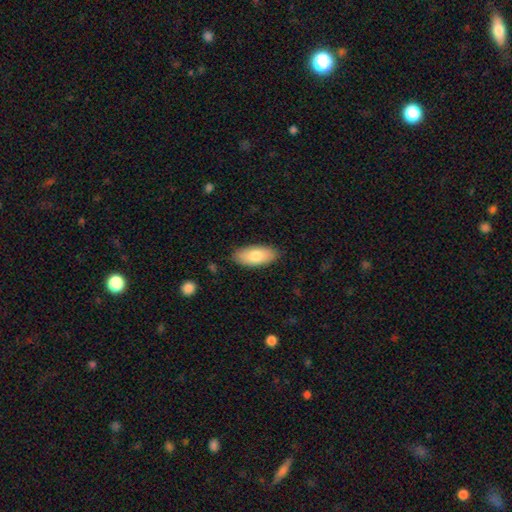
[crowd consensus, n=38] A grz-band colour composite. It shows a smooth galaxy with no disk features (84%) that is in between round and cigar-shaped (81%). Merging: none (92%).